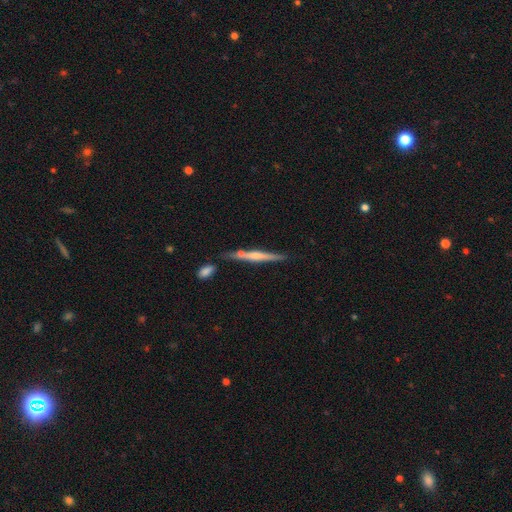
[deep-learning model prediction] Q: Smooth or featured?
A: featured or disk (61%); runner-up: smooth (33%)
Q: Edge-on disk?
A: yes (96%); runner-up: no (4%)
Q: Edge-on bulge?
A: rounded (45%); runner-up: none (39%)
Q: Merging?
A: none (70%); runner-up: merger (14%)